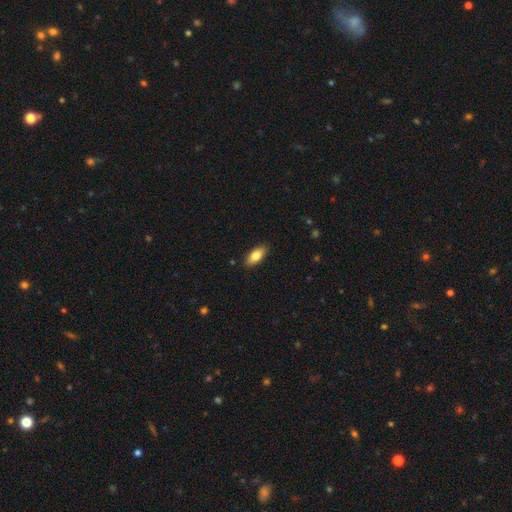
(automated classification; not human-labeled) A smooth galaxy with no disk features (81%) that is in between round and cigar-shaped (87%). Merging: none (88%).